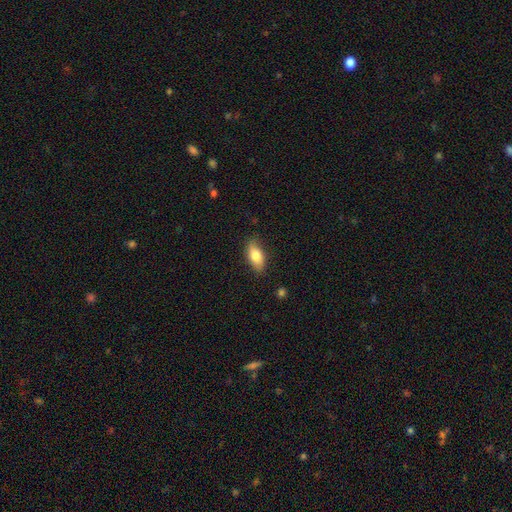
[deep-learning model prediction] Overall: smooth (79%). How rounded: in between (87%). Merging: none (81%).